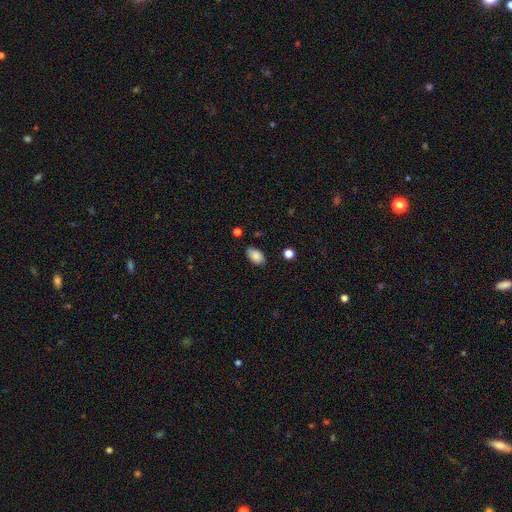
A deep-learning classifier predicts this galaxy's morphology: smooth 87%, star or artifact 8%, featured or disk 5%. Down the decision tree: how rounded — in between (91%); merging — none (82%).